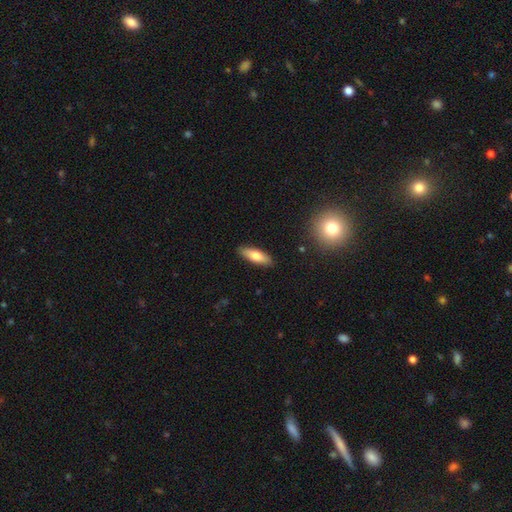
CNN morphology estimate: smooth_or_featured: smooth (p=0.73) [alt: featured or disk p=0.20]
how_rounded: in between (p=0.53) [alt: cigar-shaped p=0.45]
merging: none (p=0.89) [alt: minor disturbance p=0.08]